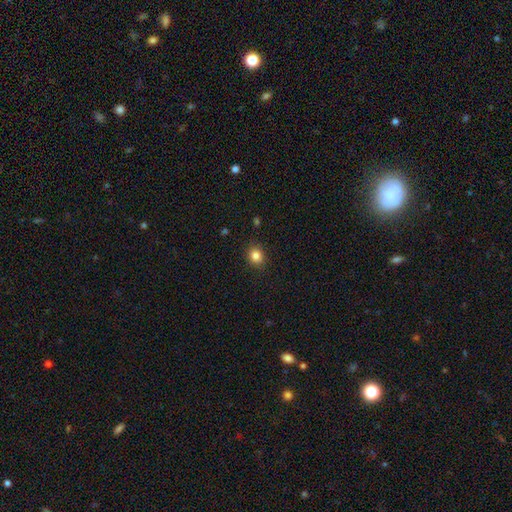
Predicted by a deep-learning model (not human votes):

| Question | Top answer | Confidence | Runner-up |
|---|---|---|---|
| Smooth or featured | smooth | 84% | star or artifact (11%) |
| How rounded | round | 71% | in between (28%) |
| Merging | none | 87% | minor disturbance (9%) |